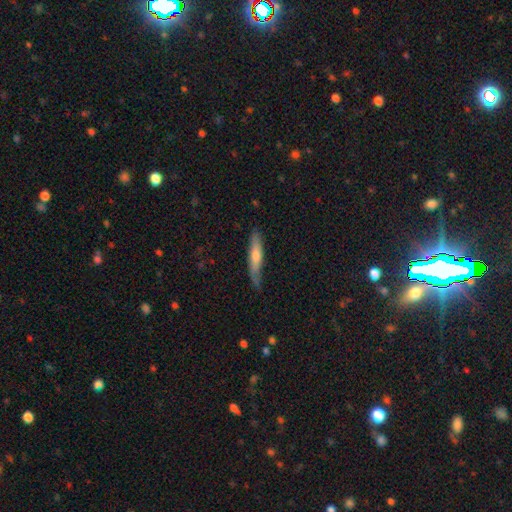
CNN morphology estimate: smooth 56%, featured or disk 39%, star or artifact 5%. Down the decision tree: how rounded — cigar-shaped (90%); merging — none (75%).